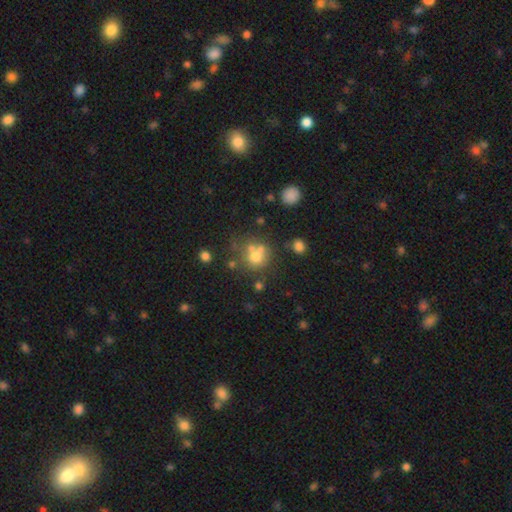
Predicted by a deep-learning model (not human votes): Smooth or featured: smooth — 65% (featured or disk — 18%)
How rounded: round — 83% (in between — 16%)
Merging: none — 50% (merger — 30%)